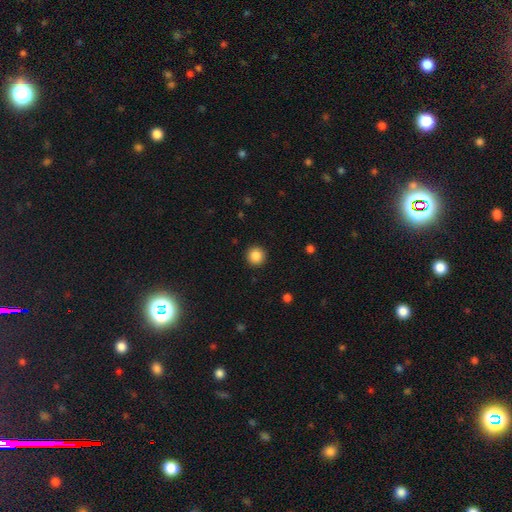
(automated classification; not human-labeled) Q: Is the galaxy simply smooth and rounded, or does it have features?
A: smooth — 87%.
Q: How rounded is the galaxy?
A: round — 95%.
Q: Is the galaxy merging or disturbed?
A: none — 92%.